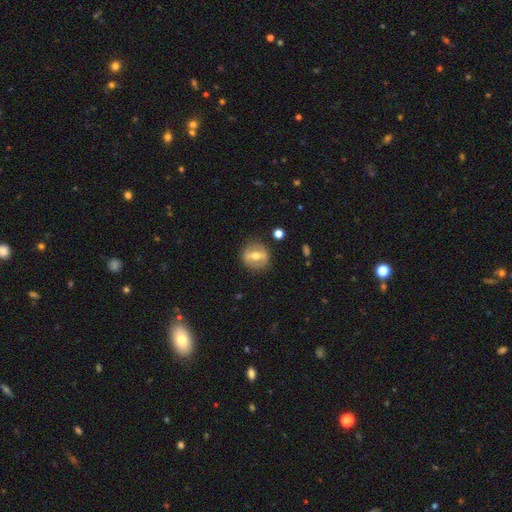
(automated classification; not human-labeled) Morphology: type=featured or disk (65%); edge-on=no (82%); bar=strong (67%); spiral arms=no (77%); bulge=moderate (73%); merging=none (84%).